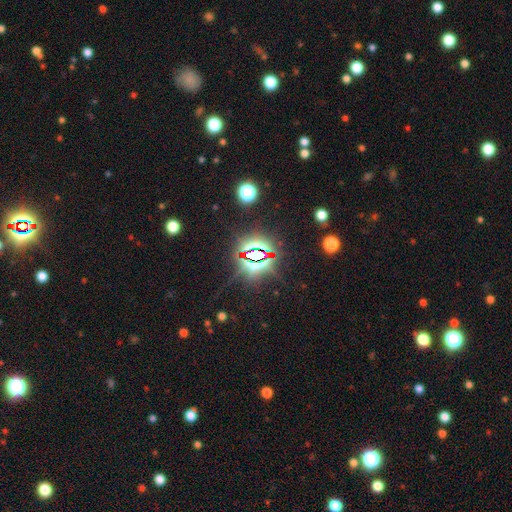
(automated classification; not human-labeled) smooth-or-featured: star or artifact: 82% | smooth: 9% | featured or disk: 9%